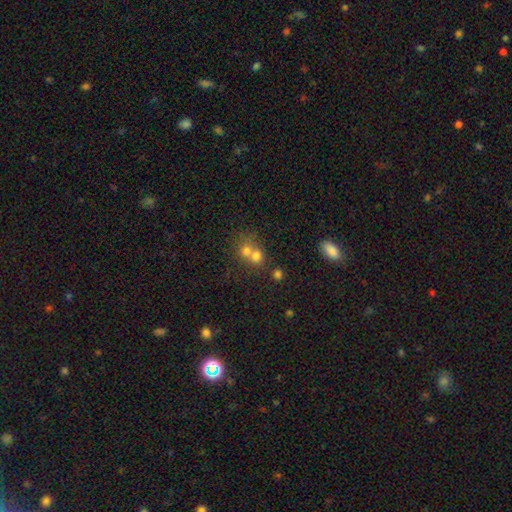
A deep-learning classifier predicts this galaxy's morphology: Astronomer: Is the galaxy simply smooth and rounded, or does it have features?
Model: smooth — 69%.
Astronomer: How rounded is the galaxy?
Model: round — 76%.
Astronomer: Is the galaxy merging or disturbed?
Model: merger — 61%.